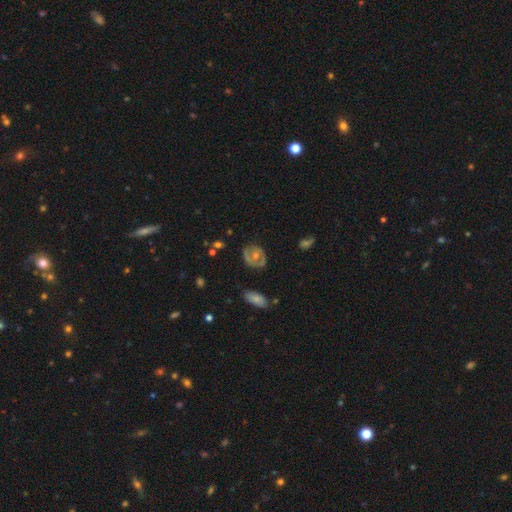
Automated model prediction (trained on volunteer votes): Morphology: type=featured or disk (57%); edge-on=no (96%); bar=no (75%); spiral arms=no (53%); bulge=moderate (55%); merging=none (74%).